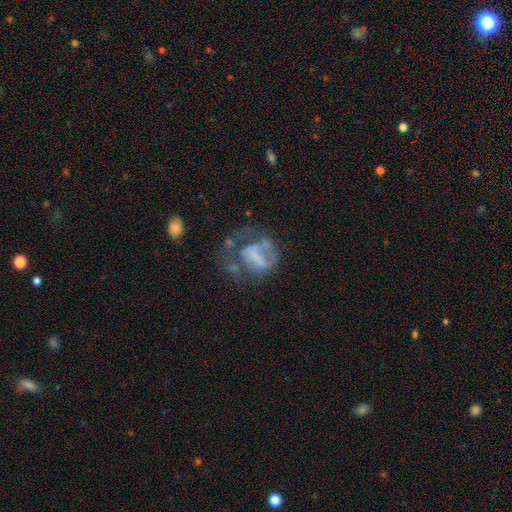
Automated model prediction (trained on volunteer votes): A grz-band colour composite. It shows a featured or disk galaxy (55%) with no bar (52%), no spiral arms (68%) and no central bulge (61%). Merging: major disturbance (46%).